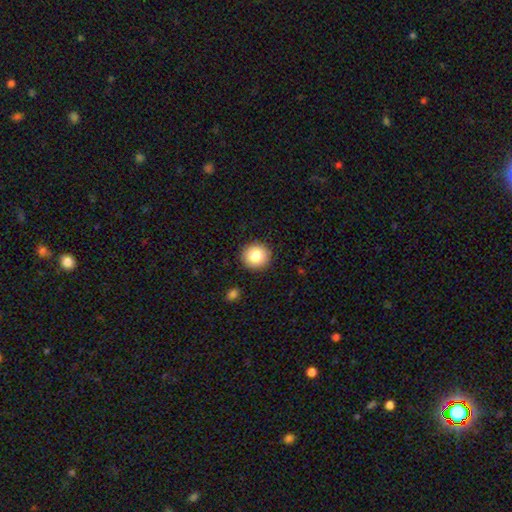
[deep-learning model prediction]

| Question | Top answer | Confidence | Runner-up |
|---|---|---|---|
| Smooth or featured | smooth | 83% | star or artifact (9%) |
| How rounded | round | 93% | in between (6%) |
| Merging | none | 91% | minor disturbance (6%) |